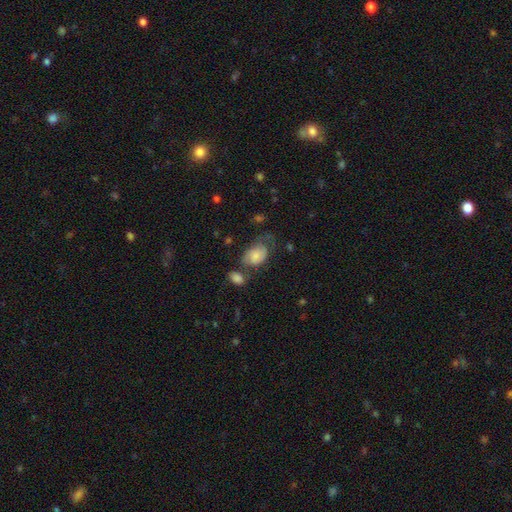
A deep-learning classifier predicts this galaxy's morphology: smooth-or-featured: smooth: 63% | featured or disk: 26% | star or artifact: 11%
  how-rounded: in between: 79% | round: 19% | cigar-shaped: 2%
  merging: none: 38% | minor disturbance: 25% | major disturbance: 20% | merger: 17%